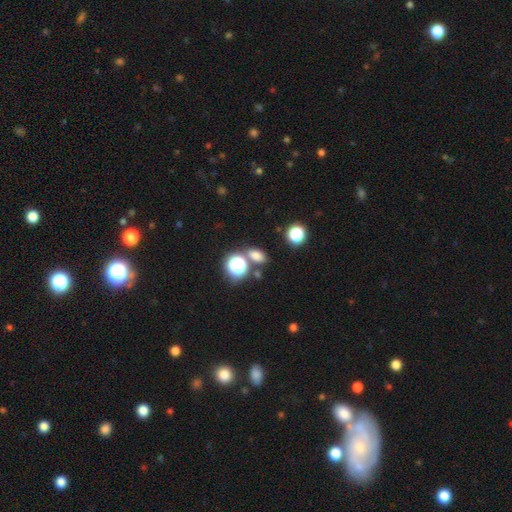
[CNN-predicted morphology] smooth_or_featured: smooth (p=0.71) [alt: star or artifact p=0.22]
how_rounded: in between (p=0.66) [alt: round p=0.32]
merging: none (p=0.73) [alt: merger p=0.14]